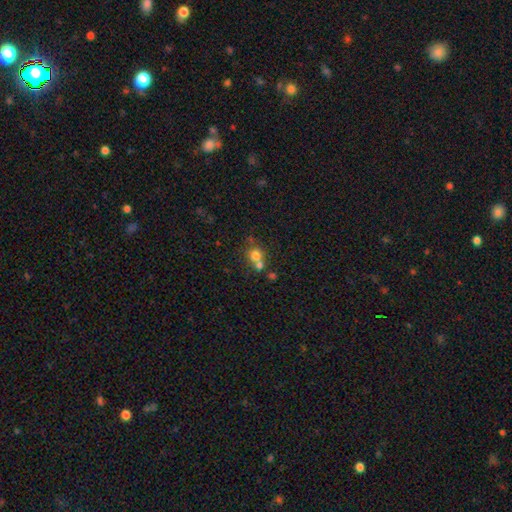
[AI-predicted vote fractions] smooth 73%, star or artifact 14%, featured or disk 13%. Down the decision tree: how rounded — round (86%); merging — merger (47%).